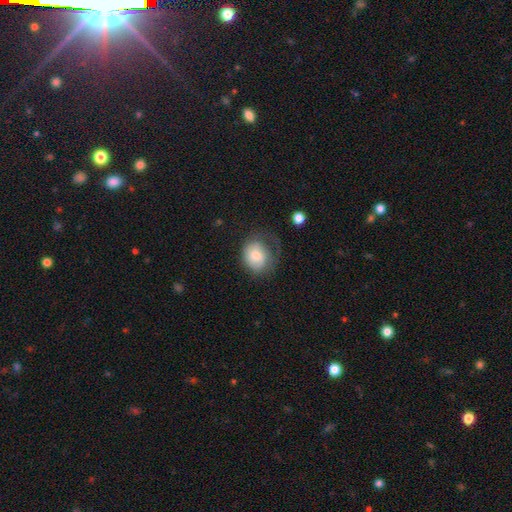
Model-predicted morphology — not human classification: Q: Smooth or featured?
A: smooth (73%); runner-up: featured or disk (19%)
Q: How rounded?
A: round (57%); runner-up: in between (43%)
Q: Merging?
A: none (42%); runner-up: minor disturbance (29%)